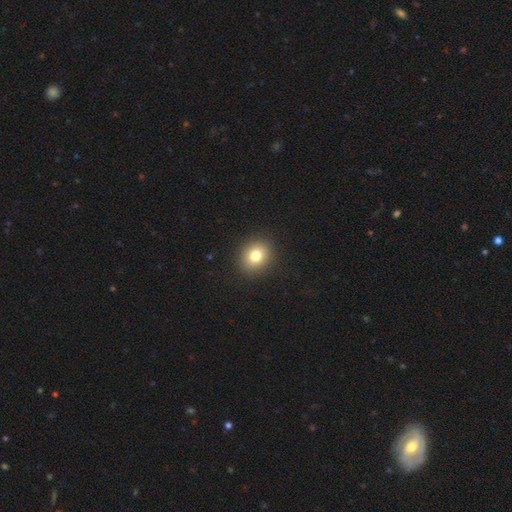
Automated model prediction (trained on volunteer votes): A smooth galaxy with no disk features (79%) that is round (65%). Merging: none (91%).